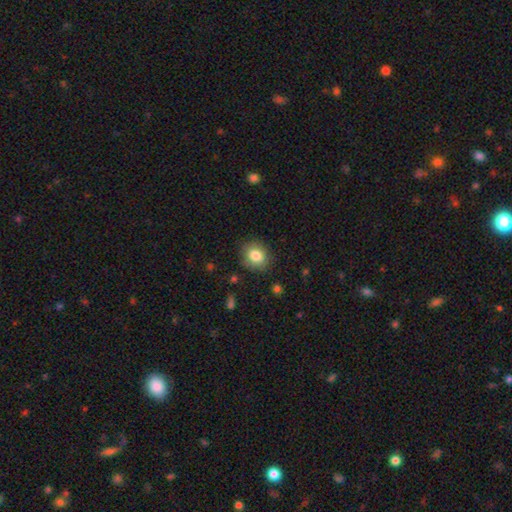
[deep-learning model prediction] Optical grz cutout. It shows a smooth galaxy with no disk features (83%) that is round (66%). Merging: none (84%).